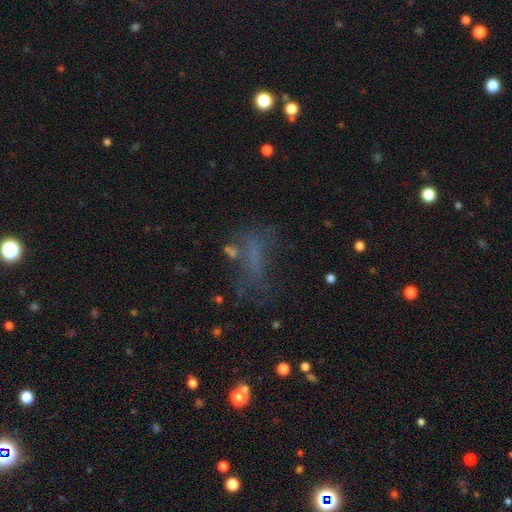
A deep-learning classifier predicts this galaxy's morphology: smooth_or_featured: smooth (p=0.42) [alt: star or artifact p=0.30]
merging: none (p=0.44) [alt: major disturbance p=0.29]